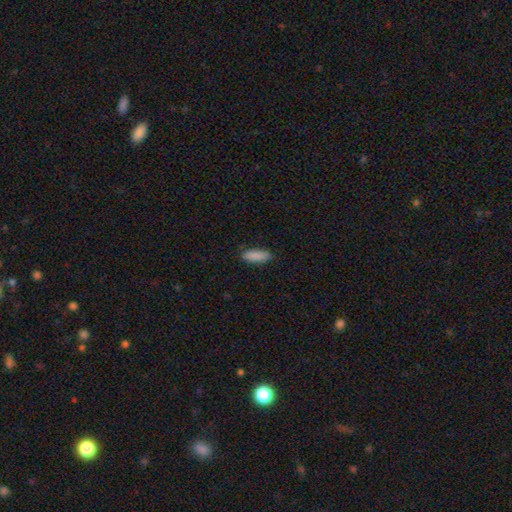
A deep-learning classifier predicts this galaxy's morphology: Q: Smooth or featured?
A: smooth (88%); runner-up: star or artifact (7%)
Q: How rounded?
A: in between (58%); runner-up: cigar-shaped (40%)
Q: Merging?
A: none (85%); runner-up: minor disturbance (12%)